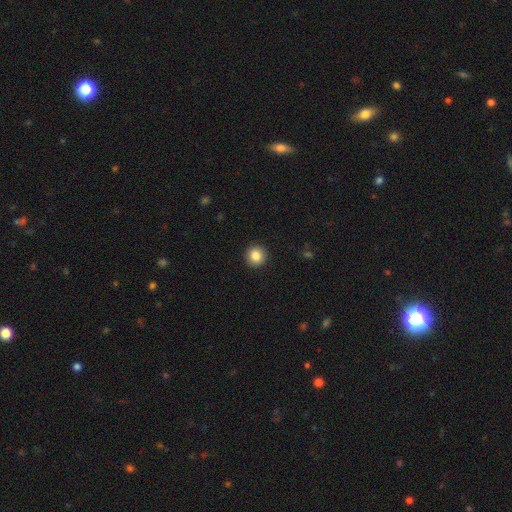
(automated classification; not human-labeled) This appears to be a smooth galaxy with no disk features (86%) that is round (94%). Merging: none (93%).